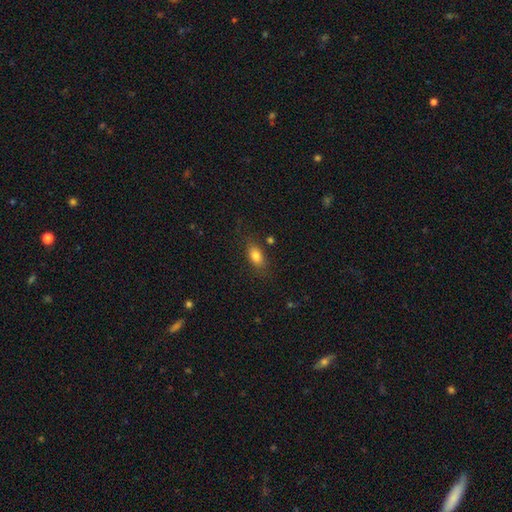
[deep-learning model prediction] A smooth galaxy with no disk features (81%) that is in between round and cigar-shaped (86%).

Vote fractions:
- Smooth or featured? smooth: 81% / featured or disk: 10% / star or artifact: 8%
- How rounded? in between: 86% / round: 7% / cigar-shaped: 7%
- Merging? none: 77% / minor disturbance: 15% / major disturbance: 5% / merger: 3%